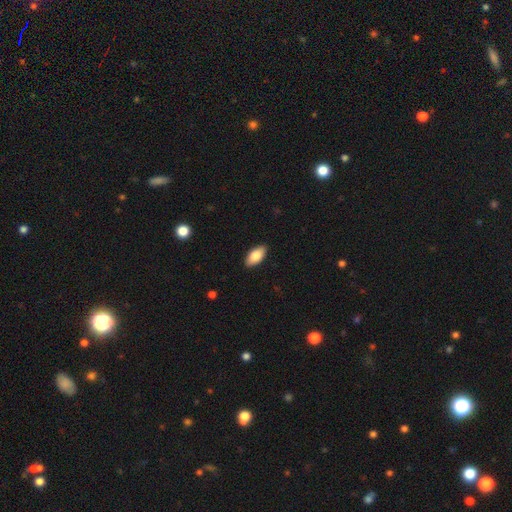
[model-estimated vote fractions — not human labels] Overall: smooth (82%). How rounded: in between (92%). Merging: none (89%).